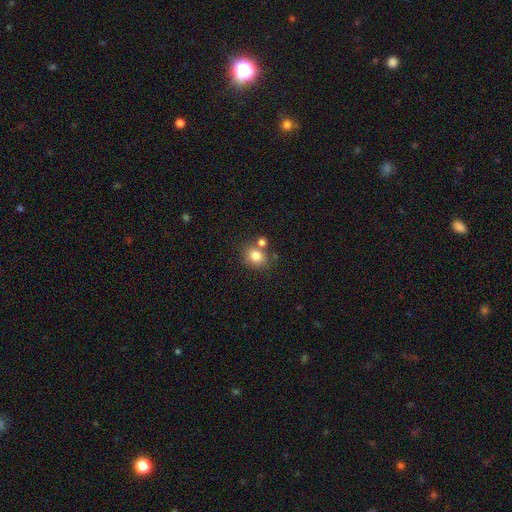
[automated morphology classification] Overall: smooth (80%). How rounded: round (64%; in between 35%). Merging: none (65%).